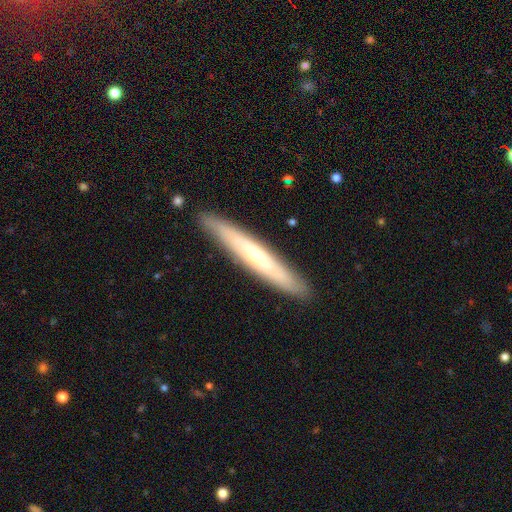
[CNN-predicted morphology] smooth-or-featured: featured or disk: 55% | smooth: 39% | star or artifact: 6%
  disk-edge-on: yes: 83% | no: 17%
  merging: none: 89% | minor disturbance: 8% | major disturbance: 2% | merger: 1%